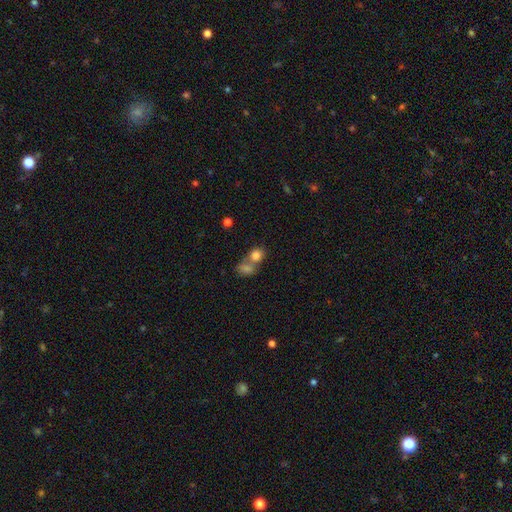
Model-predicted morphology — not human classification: The model was most divided on "how rounded": round: 65%, in between: 34%, cigar-shaped: 1%. More confident: smooth or featured — smooth (80%); merging — merger (62%).